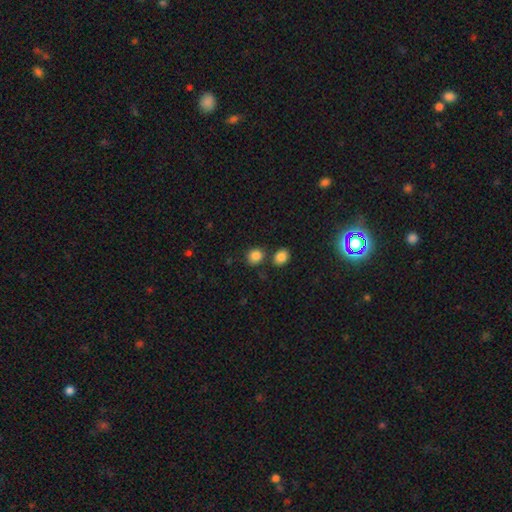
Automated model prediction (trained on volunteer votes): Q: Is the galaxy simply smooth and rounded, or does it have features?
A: smooth — 86%.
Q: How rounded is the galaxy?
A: round — 72%.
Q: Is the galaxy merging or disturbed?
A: none — 73%.